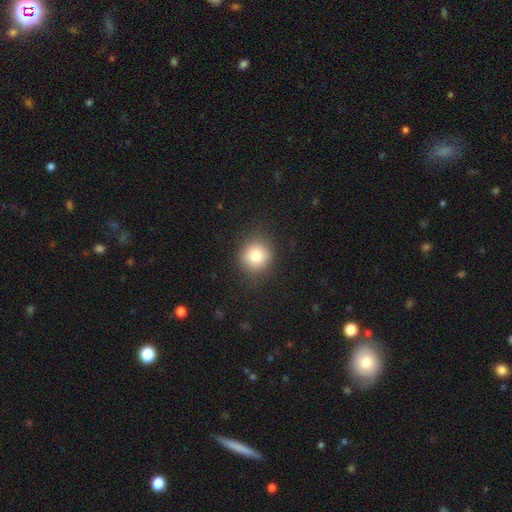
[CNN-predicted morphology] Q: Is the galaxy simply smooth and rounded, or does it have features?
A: smooth — 80%.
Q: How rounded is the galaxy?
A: round — 88%.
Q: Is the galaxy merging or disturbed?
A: none — 86%.